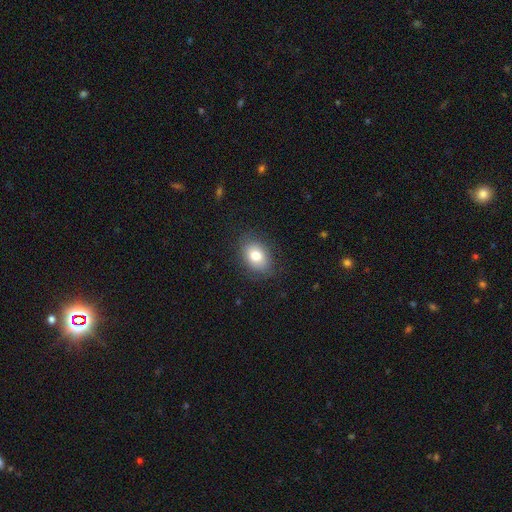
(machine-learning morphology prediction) Overall: smooth (80%). How rounded: in between (79%). Merging: none (83%).